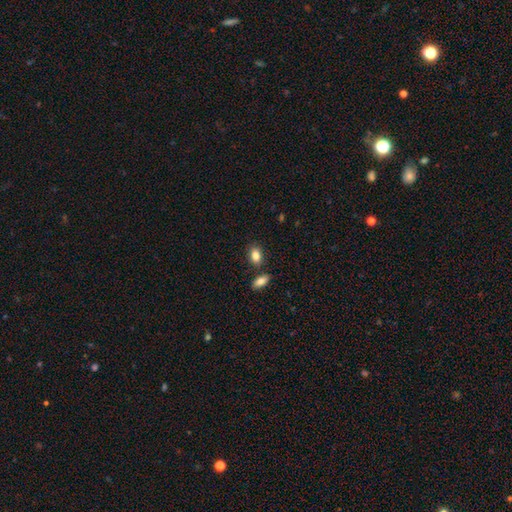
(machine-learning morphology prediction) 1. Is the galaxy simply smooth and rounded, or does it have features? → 85% smooth, 8% star or artifact, 8% featured or disk.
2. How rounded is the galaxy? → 81% in between, 17% round, 2% cigar-shaped.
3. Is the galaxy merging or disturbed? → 75% none, 12% merger, 11% minor disturbance, 3% major disturbance.